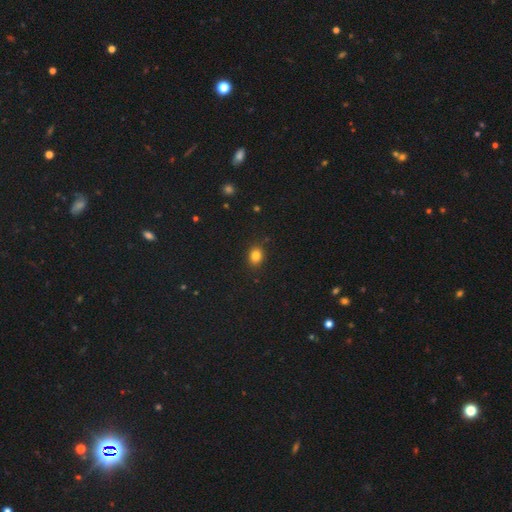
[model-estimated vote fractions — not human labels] Morphology: type=smooth (84%); roundness=in between (50%); merging=none (87%).